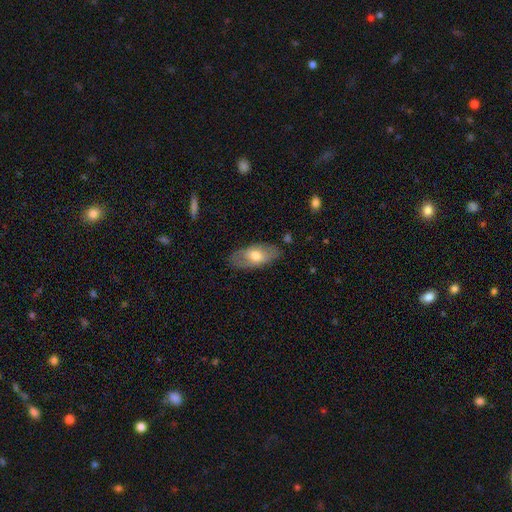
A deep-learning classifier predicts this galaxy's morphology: Smooth or featured: smooth — 59% (featured or disk — 35%)
How rounded: in between — 90% (cigar-shaped — 6%)
Merging: none — 80% (minor disturbance — 15%)